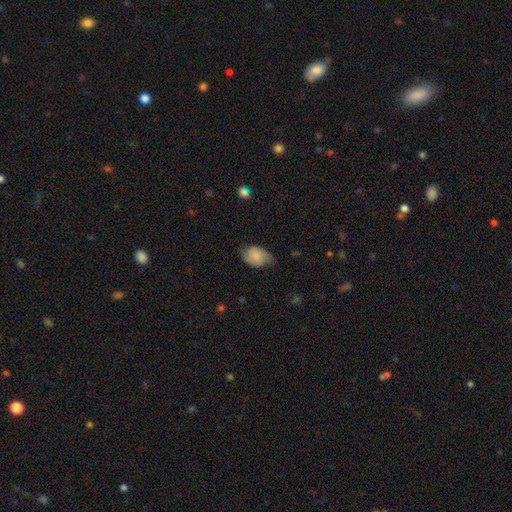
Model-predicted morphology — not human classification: Overall: smooth (73%). How rounded: in between (84%). Merging: none (57%; minor disturbance 33%).